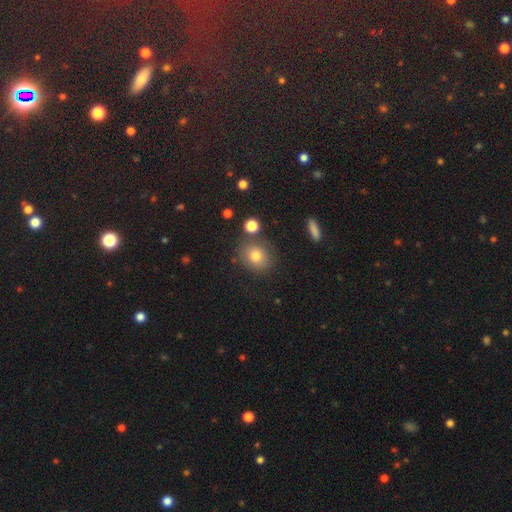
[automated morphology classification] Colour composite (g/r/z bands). It shows a smooth galaxy with no disk features (78%) that is round (67%). Merging: none (75%).